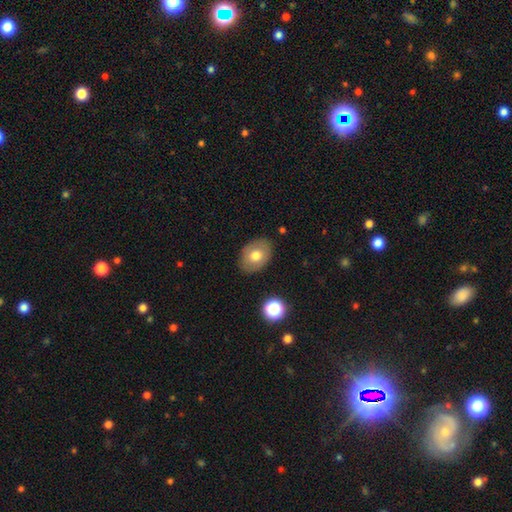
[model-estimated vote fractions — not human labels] smooth_or_featured: smooth (p=0.70) [alt: featured or disk p=0.22]
how_rounded: in between (p=0.72) [alt: round p=0.27]
merging: none (p=0.84) [alt: minor disturbance p=0.11]